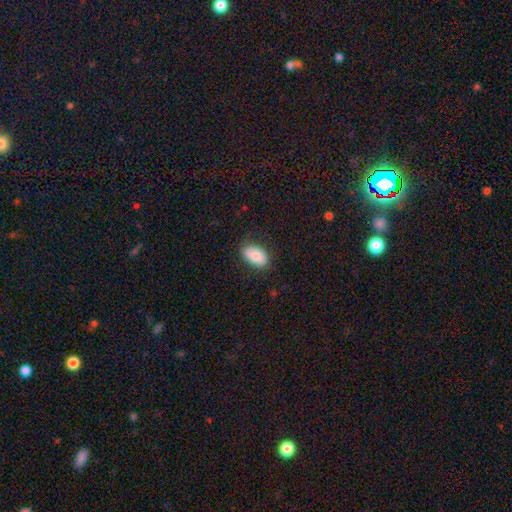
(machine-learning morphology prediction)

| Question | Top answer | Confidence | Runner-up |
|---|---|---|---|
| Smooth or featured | smooth | 81% | featured or disk (13%) |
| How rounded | in between | 92% | round (7%) |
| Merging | none | 78% | minor disturbance (17%) |